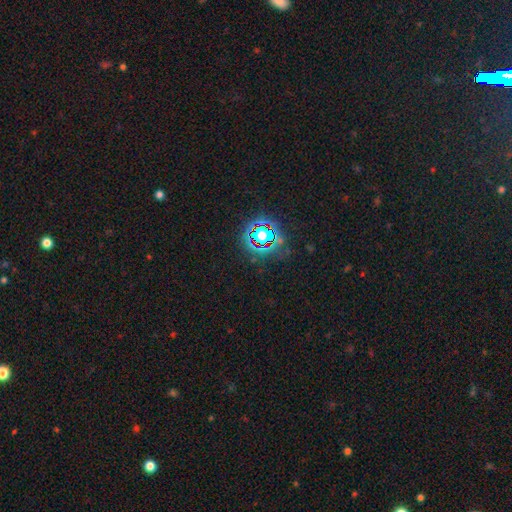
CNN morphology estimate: Smooth or featured?
  - star or artifact: 80% *
  - smooth: 13%
  - featured or disk: 7%